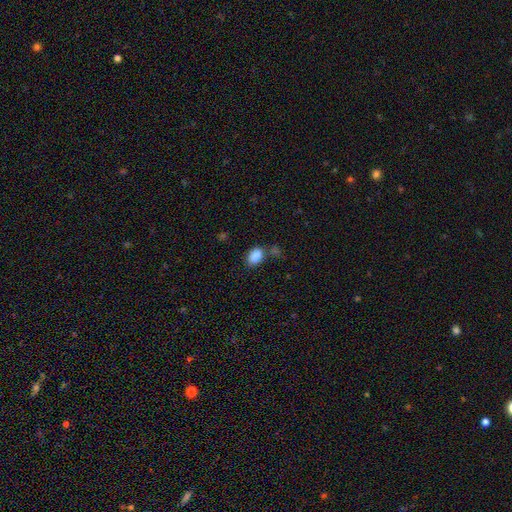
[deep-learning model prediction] Q: Smooth or featured?
A: smooth (87%); runner-up: star or artifact (9%)
Q: How rounded?
A: in between (86%); runner-up: round (13%)
Q: Merging?
A: none (63%); runner-up: minor disturbance (16%)